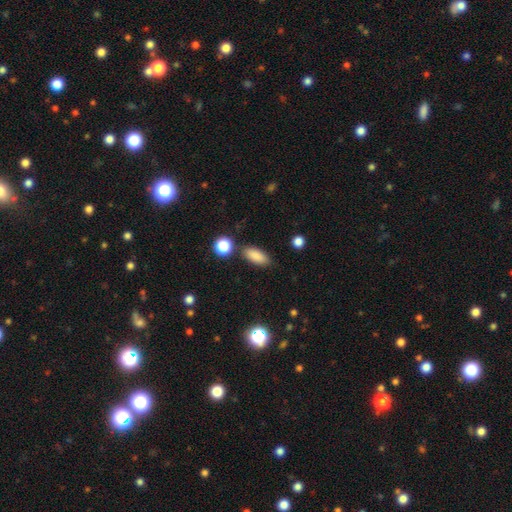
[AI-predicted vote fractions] A smooth galaxy with no disk features (86%) that is in between round and cigar-shaped (82%). Merging: none (82%).